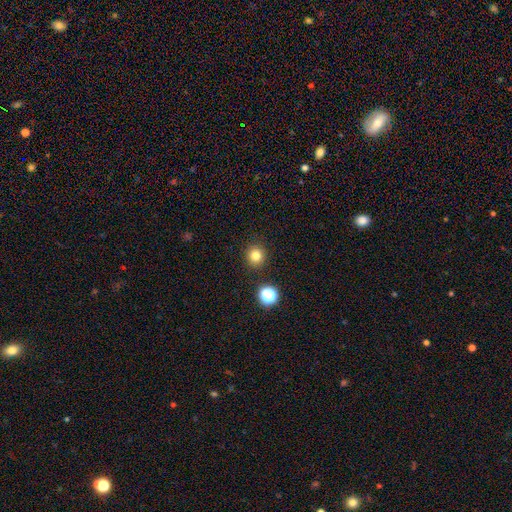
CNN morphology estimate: type=smooth (80%); roundness=round (91%); merging=none (90%).